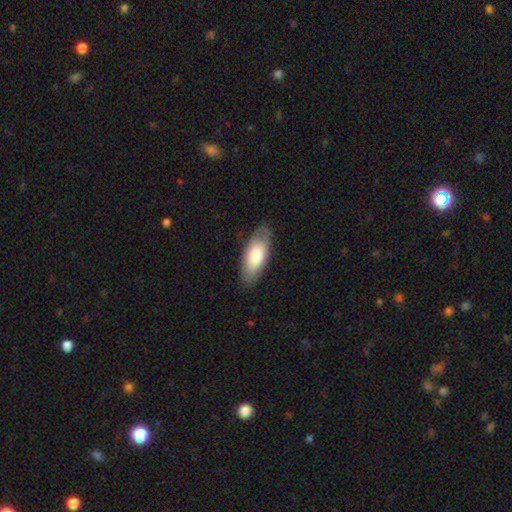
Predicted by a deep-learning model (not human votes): Smooth or featured?
  - smooth: 76% *
  - featured or disk: 18%
  - star or artifact: 6%
How rounded?
  - in between: 85% *
  - cigar-shaped: 13%
  - round: 2%
Merging?
  - none: 80% *
  - minor disturbance: 15%
  - major disturbance: 4%
  - merger: 1%